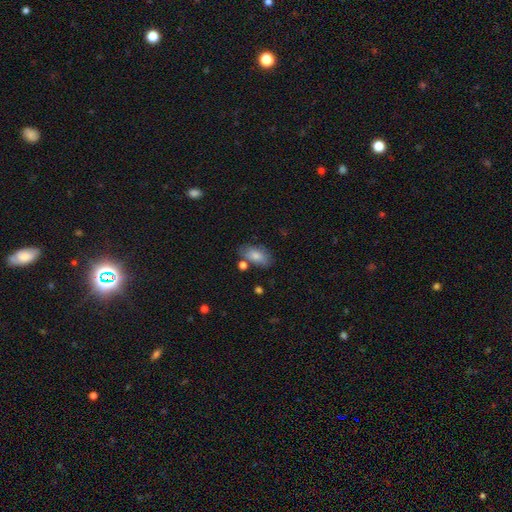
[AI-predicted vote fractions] This is likely a smooth galaxy (80%). How rounded: clearly in between (91%). Merging: likely none (70%).